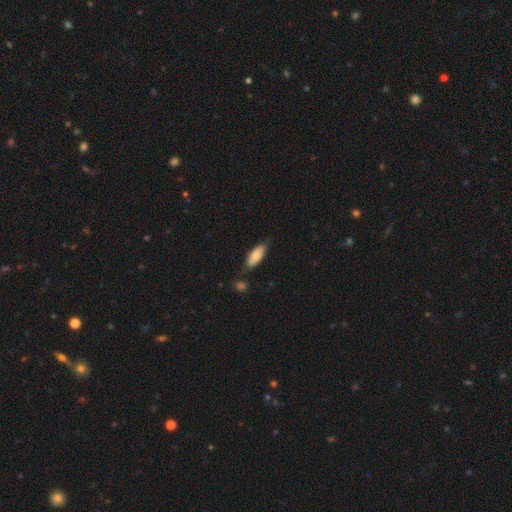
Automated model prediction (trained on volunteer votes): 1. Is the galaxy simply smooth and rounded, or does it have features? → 78% smooth, 16% featured or disk, 6% star or artifact.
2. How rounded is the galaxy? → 73% in between, 25% cigar-shaped, 2% round.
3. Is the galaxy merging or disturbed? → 67% none, 22% minor disturbance, 7% merger, 5% major disturbance.